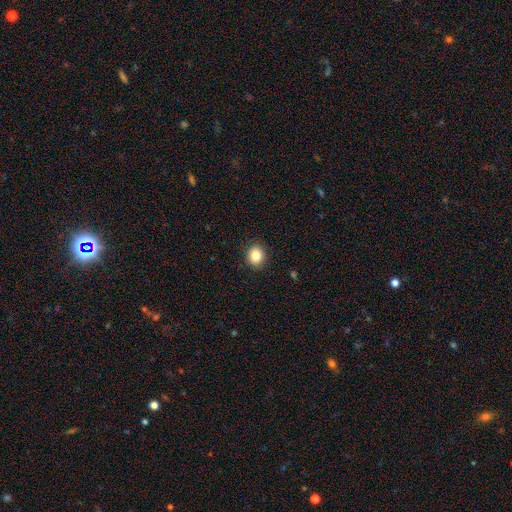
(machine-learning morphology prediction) A smooth galaxy with no disk features (84%) that is round (71%).

Vote fractions:
- Smooth or featured? smooth: 84% / star or artifact: 10% / featured or disk: 7%
- How rounded? round: 71% / in between: 28% / cigar-shaped: 1%
- Merging? none: 90% / minor disturbance: 7% / major disturbance: 2% / merger: 1%